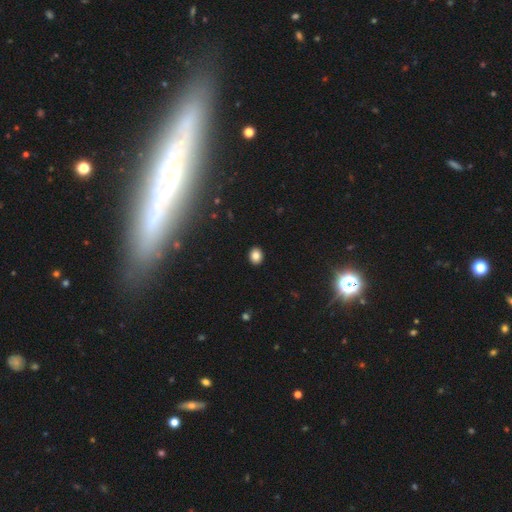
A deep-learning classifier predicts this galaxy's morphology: Smooth or featured?
  - smooth: 84% *
  - star or artifact: 10%
  - featured or disk: 5%
How rounded?
  - round: 57% *
  - in between: 43%
  - cigar-shaped: 1%
Merging?
  - none: 92% *
  - minor disturbance: 6%
  - major disturbance: 2%
  - merger: 1%